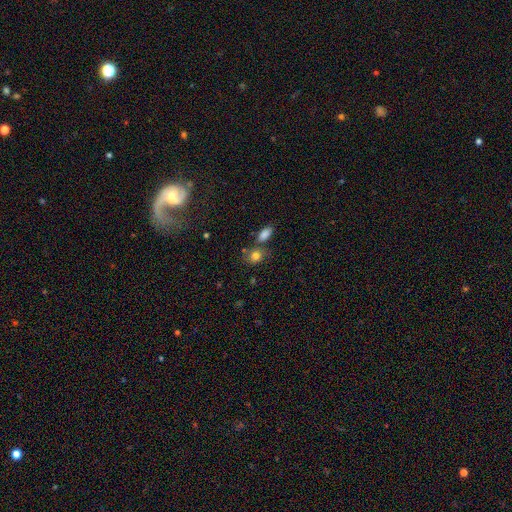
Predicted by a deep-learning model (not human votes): Smooth or featured? Predicted: smooth (p=0.80). How rounded? Predicted: round (p=0.52). Merging? Predicted: none (p=0.60).